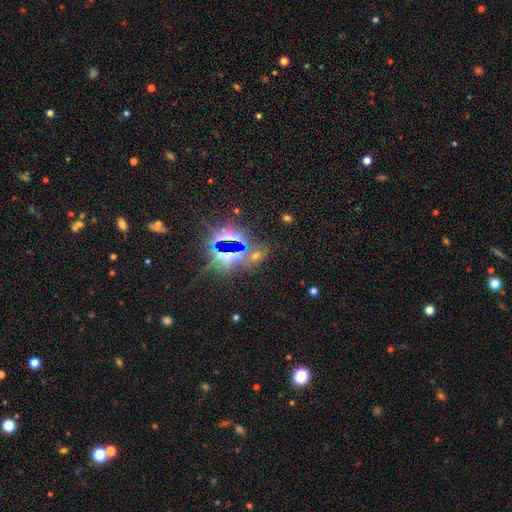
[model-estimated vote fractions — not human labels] star or artifact 66%, smooth 24%, featured or disk 10%.